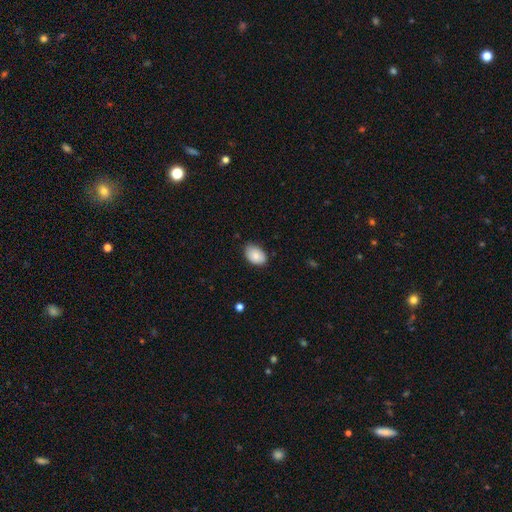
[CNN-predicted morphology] This is clearly a smooth galaxy (83%). How rounded: clearly in between (85%). Merging: likely none (73%).